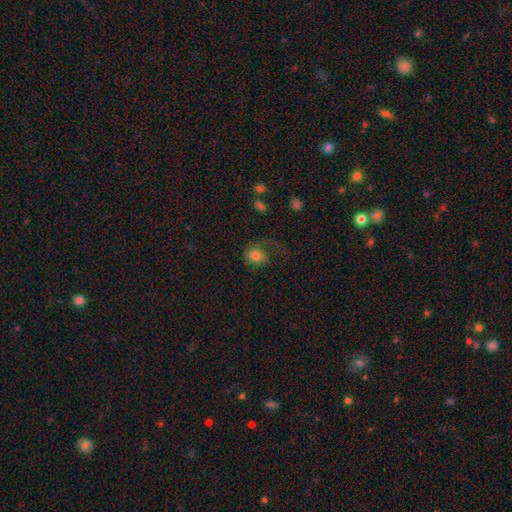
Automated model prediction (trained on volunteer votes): This appears to be a smooth galaxy with no disk features (74%) that is round (59%). Merging: none (40%).